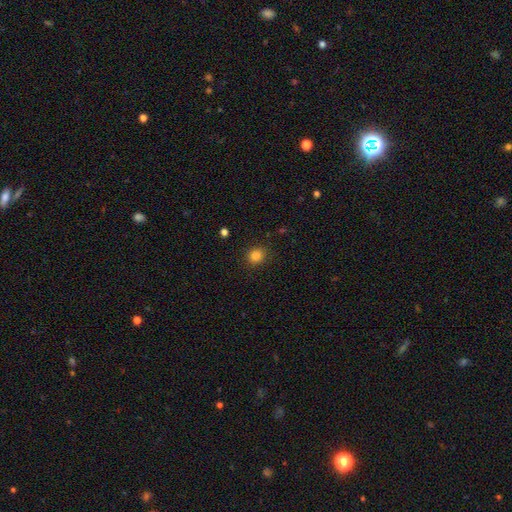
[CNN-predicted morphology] The model was most divided on "how rounded": round: 79%, in between: 20%, cigar-shaped: 1%. More confident: merging — none (87%); smooth or featured — smooth (85%).